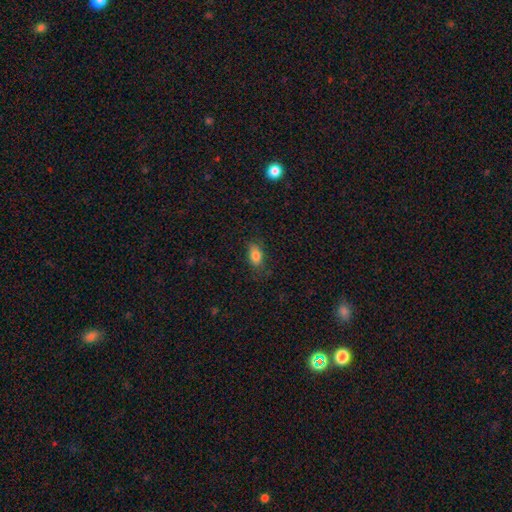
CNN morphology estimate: Smooth or featured? Predicted: smooth (p=0.81). How rounded? Predicted: in between (p=0.85). Merging? Predicted: none (p=0.75).